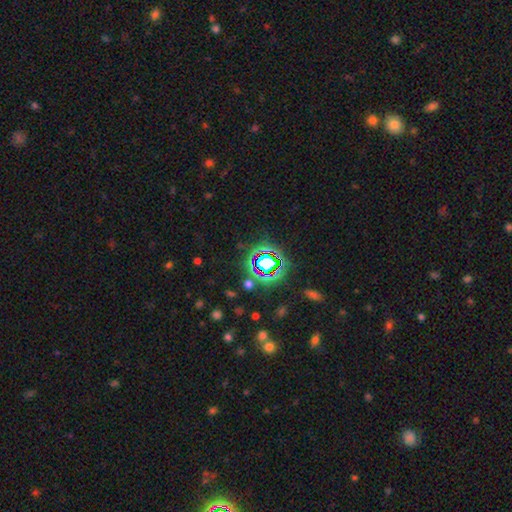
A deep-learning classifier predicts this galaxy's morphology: star or artifact 78%, smooth 14%, featured or disk 9%.